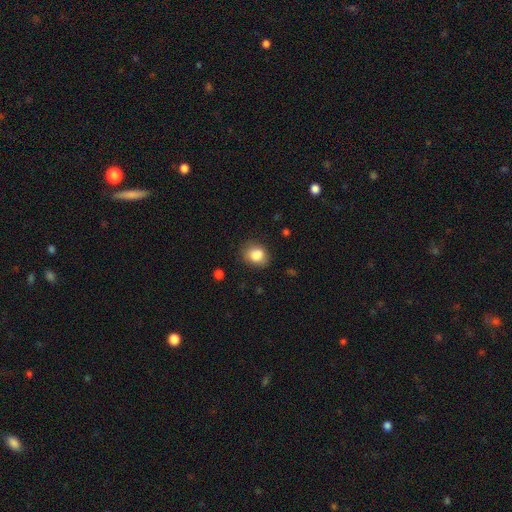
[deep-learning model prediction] Morphology: type=smooth (85%); roundness=round (52%); merging=none (75%).